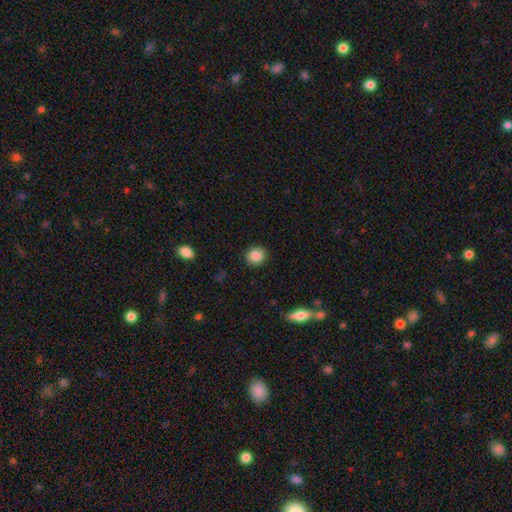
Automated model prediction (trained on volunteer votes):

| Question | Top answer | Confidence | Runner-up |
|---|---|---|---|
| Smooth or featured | smooth | 86% | star or artifact (9%) |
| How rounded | round | 85% | in between (14%) |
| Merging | none | 91% | minor disturbance (6%) |